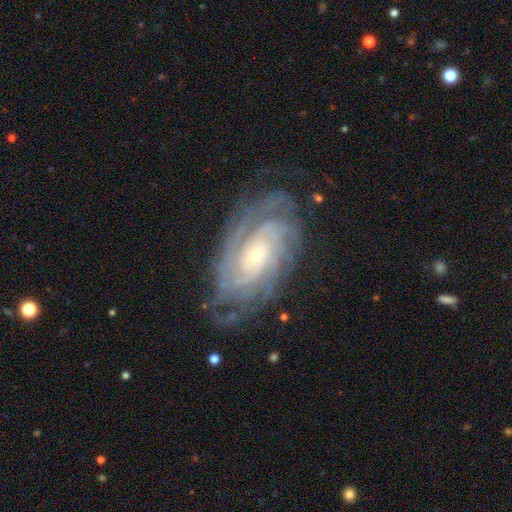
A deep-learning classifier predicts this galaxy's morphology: This appears to be a featured or disk galaxy (90%) with no bar (72%), 4 (26%) tight (77%) spiral arms (98%) and a small central bulge (73%). Merging: none (75%).